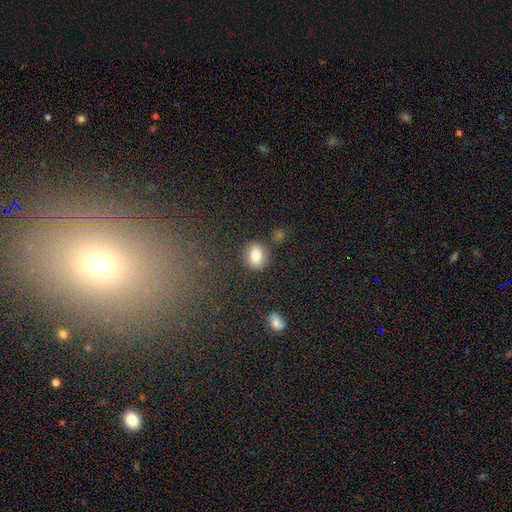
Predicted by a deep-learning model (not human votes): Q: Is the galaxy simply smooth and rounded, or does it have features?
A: smooth — 81%.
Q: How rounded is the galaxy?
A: round — 55%.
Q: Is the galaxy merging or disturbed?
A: none — 83%.